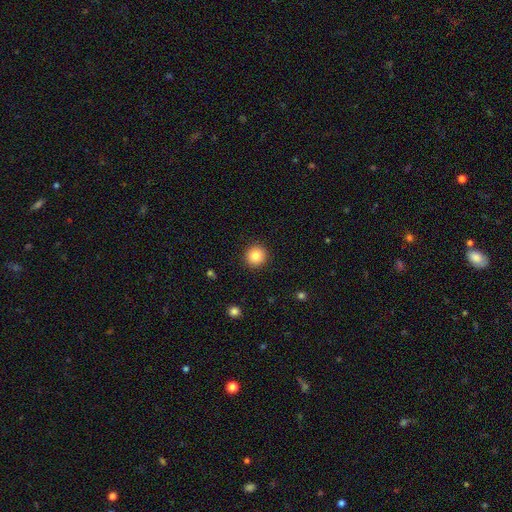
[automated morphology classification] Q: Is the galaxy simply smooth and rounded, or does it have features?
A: smooth — 84%.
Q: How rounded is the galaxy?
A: round — 94%.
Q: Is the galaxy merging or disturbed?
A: none — 92%.